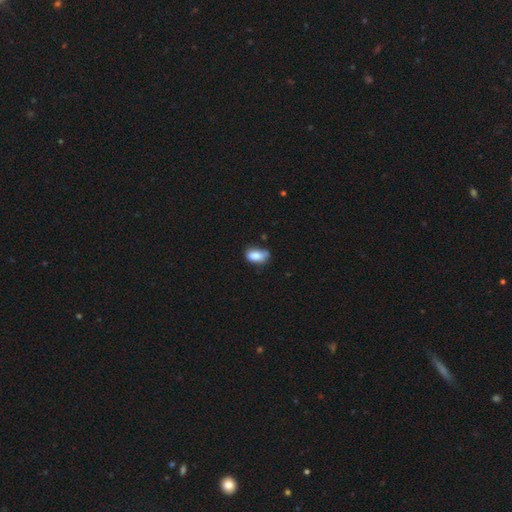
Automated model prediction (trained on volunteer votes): Overall: smooth (83%). How rounded: in between (90%). Merging: none (49%; minor disturbance 36%).